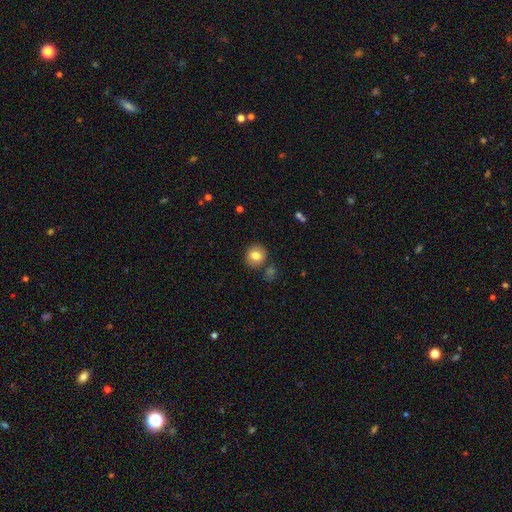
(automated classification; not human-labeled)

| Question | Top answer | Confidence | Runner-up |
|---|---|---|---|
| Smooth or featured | smooth | 79% | featured or disk (11%) |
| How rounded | round | 82% | in between (17%) |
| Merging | none | 81% | minor disturbance (10%) |